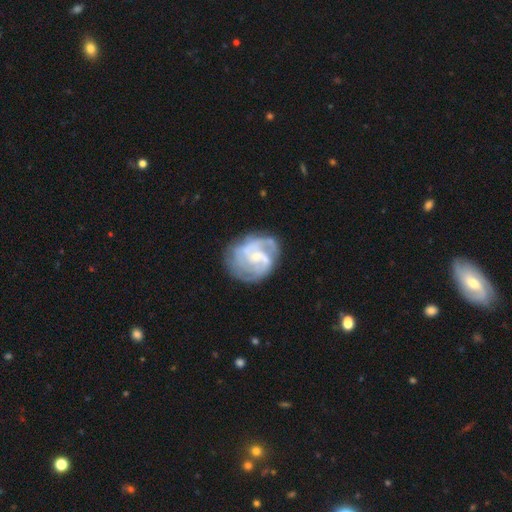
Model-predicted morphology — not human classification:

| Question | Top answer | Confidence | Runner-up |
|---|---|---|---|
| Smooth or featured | featured or disk | 78% | smooth (16%) |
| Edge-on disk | no | 98% | yes (2%) |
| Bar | no | 53% | weak (39%) |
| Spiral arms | yes | 83% | no (17%) |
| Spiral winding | medium | 42% | tight (38%) |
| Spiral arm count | can't tell | 32% | 2 (30%) |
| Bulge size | small | 56% | moderate (29%) |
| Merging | none | 59% | minor disturbance (21%) |